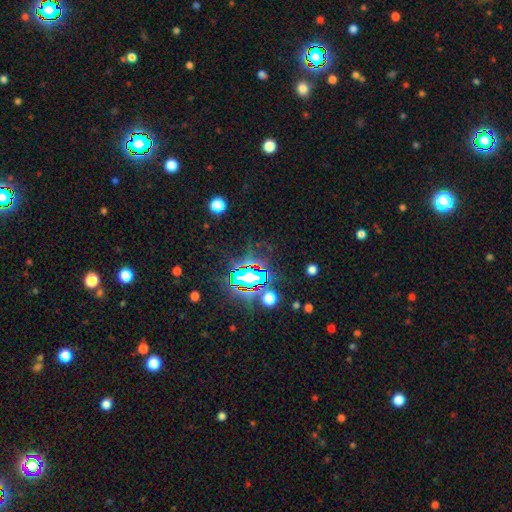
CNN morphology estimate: This appears to be a star or artifact, not a galaxy (83%).